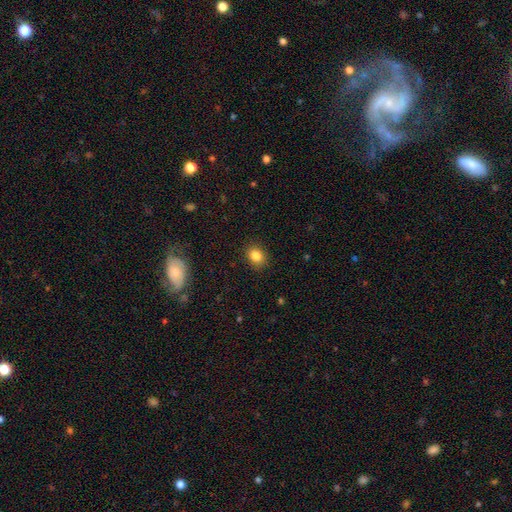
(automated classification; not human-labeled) Smooth or featured: smooth — 83% (star or artifact — 11%)
How rounded: round — 54% (in between — 45%)
Merging: none — 89% (minor disturbance — 8%)